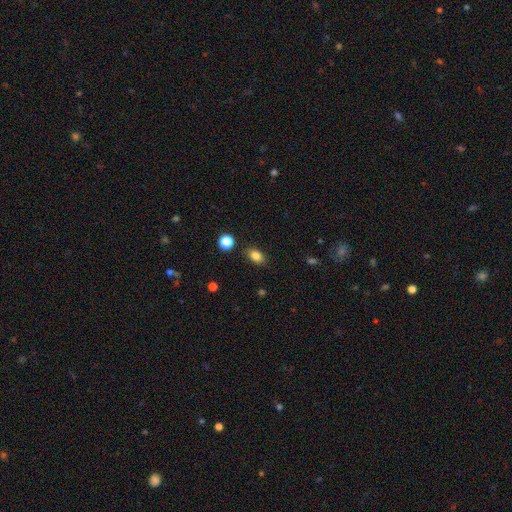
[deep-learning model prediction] Overall: smooth (83%). How rounded: in between (80%). Merging: none (85%).